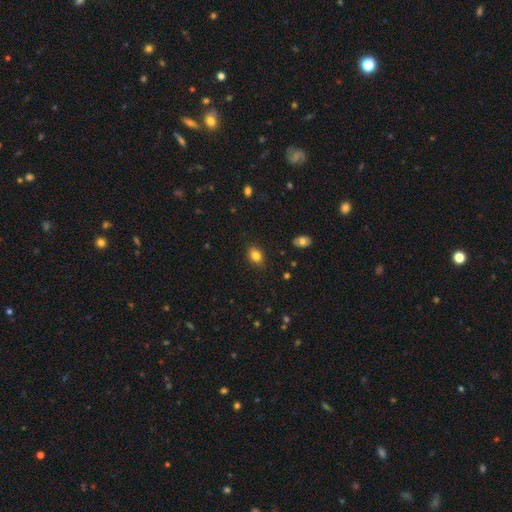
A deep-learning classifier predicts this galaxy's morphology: The model was most divided on "how rounded": in between: 76%, round: 23%, cigar-shaped: 2%. More confident: merging — none (85%); smooth or featured — smooth (83%).